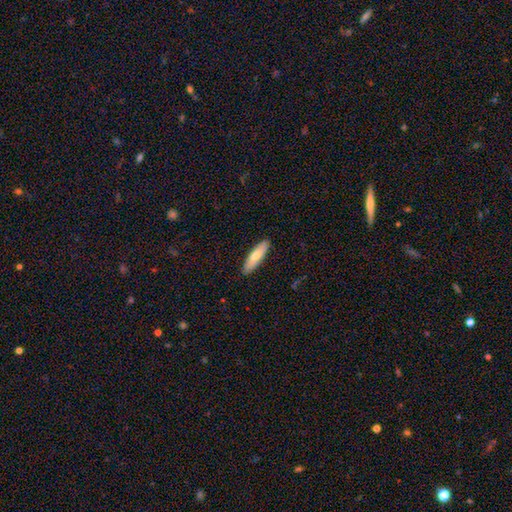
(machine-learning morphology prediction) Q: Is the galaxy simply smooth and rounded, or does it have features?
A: smooth — 70%.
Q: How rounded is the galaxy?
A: cigar-shaped — 64%.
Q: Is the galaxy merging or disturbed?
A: none — 89%.